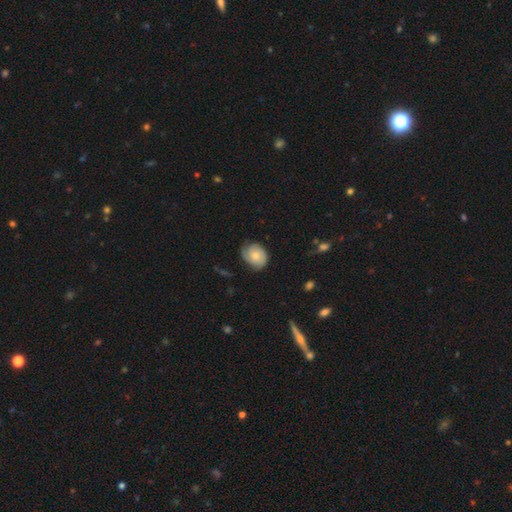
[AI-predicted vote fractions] Smooth or featured? Predicted: smooth (p=0.51). How rounded? Predicted: in between (p=0.52). Merging? Predicted: none (p=0.62).